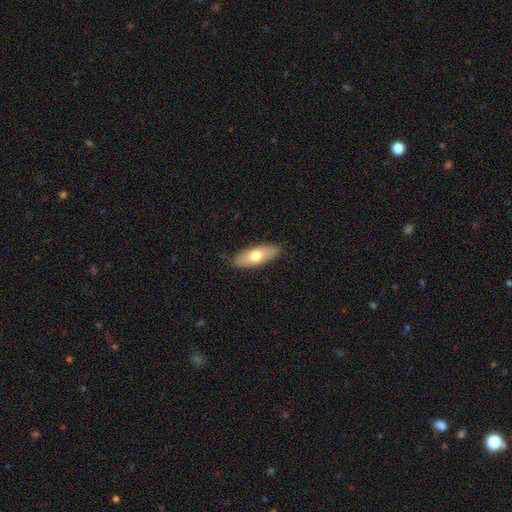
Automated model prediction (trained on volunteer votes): smooth_or_featured: smooth (p=0.67) [alt: featured or disk p=0.27]
how_rounded: in between (p=0.71) [alt: cigar-shaped p=0.26]
merging: none (p=0.87) [alt: minor disturbance p=0.10]